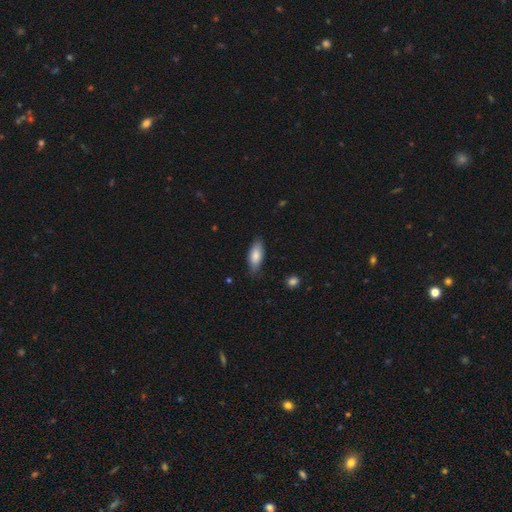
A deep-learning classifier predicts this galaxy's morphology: Q: Smooth or featured?
A: smooth (83%); runner-up: featured or disk (11%)
Q: How rounded?
A: in between (80%); runner-up: cigar-shaped (18%)
Q: Merging?
A: none (80%); runner-up: minor disturbance (17%)